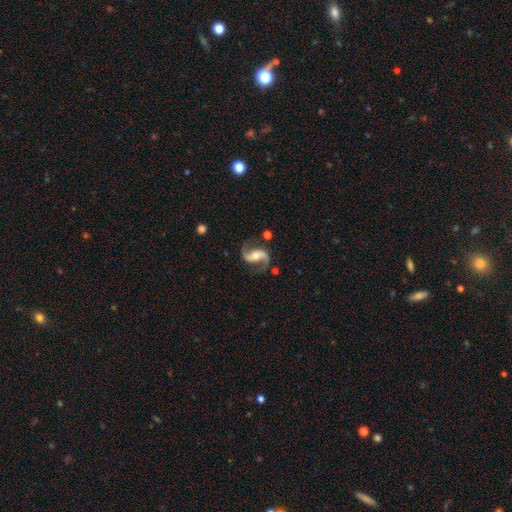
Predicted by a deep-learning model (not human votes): Smooth or featured? Predicted: featured or disk (p=0.90). Edge-on disk? Predicted: no (p=0.97). Bar? Predicted: no (p=0.36). Spiral arms? Predicted: yes (p=0.97). Spiral winding? Predicted: loose (p=0.60). Spiral arm count? Predicted: 2 (p=0.94). Bulge size? Predicted: moderate (p=0.63). Merging? Predicted: none (p=0.79).